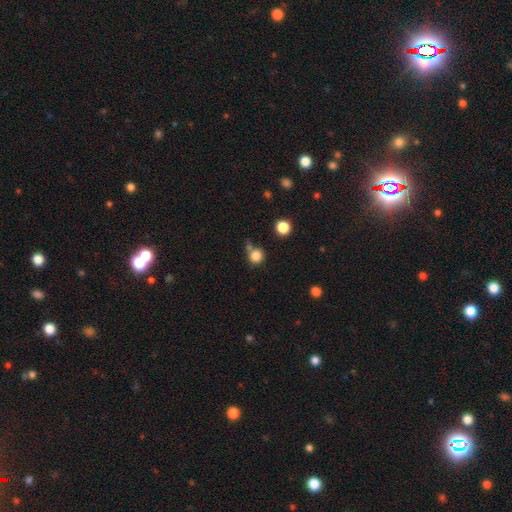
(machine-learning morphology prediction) Smooth or featured?
  - smooth: 83% *
  - star or artifact: 12%
  - featured or disk: 5%
How rounded?
  - round: 91% *
  - in between: 8%
  - cigar-shaped: 1%
Merging?
  - none: 66% *
  - merger: 16%
  - minor disturbance: 13%
  - major disturbance: 5%